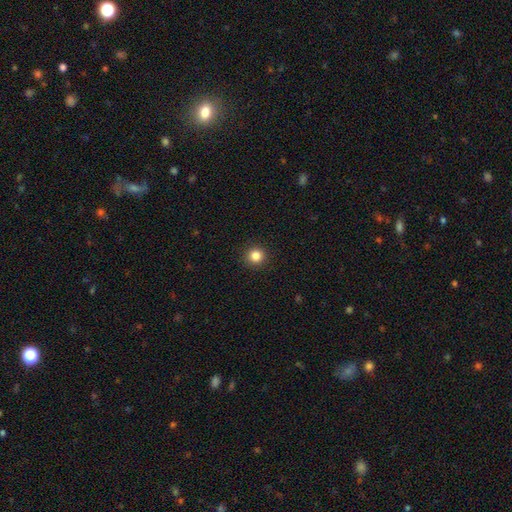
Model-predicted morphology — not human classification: A smooth galaxy with no disk features (85%) that is round (94%).

Vote fractions:
- Smooth or featured? smooth: 85% / star or artifact: 11% / featured or disk: 4%
- How rounded? round: 94% / in between: 5% / cigar-shaped: 1%
- Merging? none: 92% / minor disturbance: 5% / major disturbance: 2% / merger: 1%